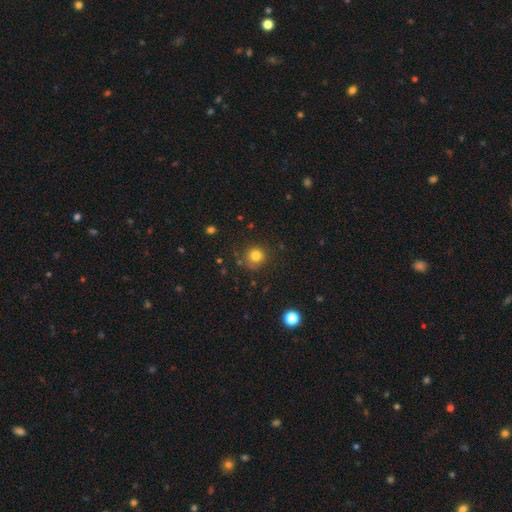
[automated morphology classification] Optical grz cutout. It shows a smooth galaxy with no disk features (80%) that is round (90%). Merging: none (77%).